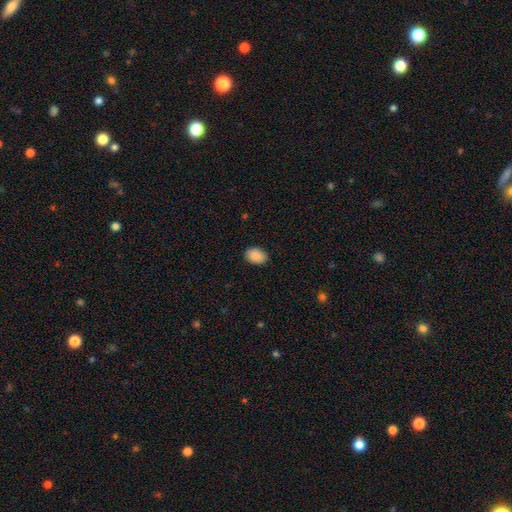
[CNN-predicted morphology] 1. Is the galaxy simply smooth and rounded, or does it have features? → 90% smooth, 7% star or artifact, 3% featured or disk.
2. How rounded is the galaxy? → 74% in between, 25% round, 1% cigar-shaped.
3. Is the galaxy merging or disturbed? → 88% none, 9% minor disturbance, 2% major disturbance, 1% merger.